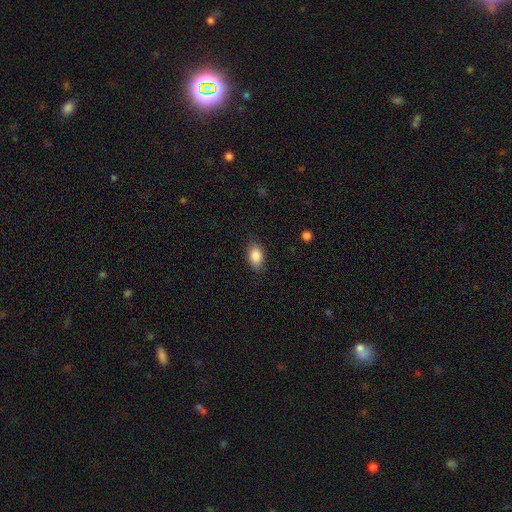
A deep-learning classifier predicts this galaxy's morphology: smooth 87%, star or artifact 8%, featured or disk 6%. Down the decision tree: how rounded — in between (88%); merging — none (83%).